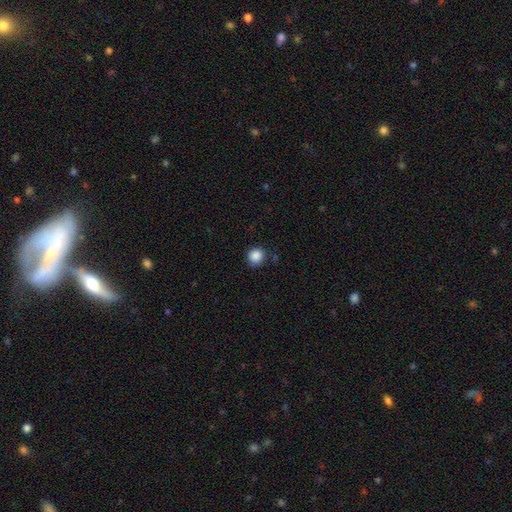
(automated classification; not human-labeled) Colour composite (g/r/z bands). It shows a smooth galaxy with no disk features (88%) that is round (91%). Merging: none (84%).